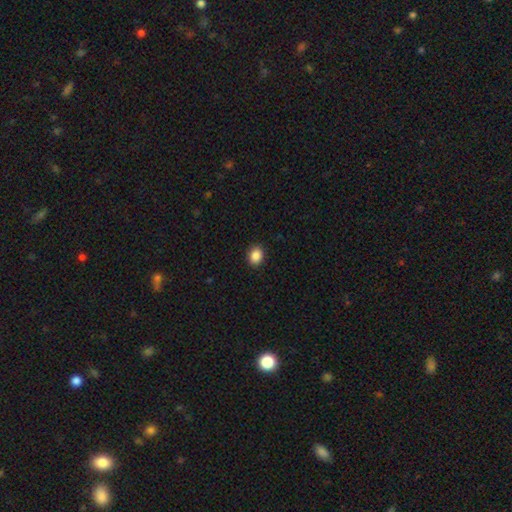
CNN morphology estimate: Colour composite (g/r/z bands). It shows a smooth galaxy with no disk features (88%) that is round (54%). Merging: none (91%).